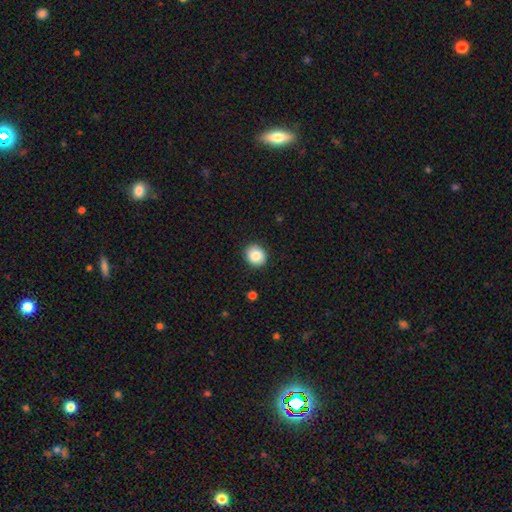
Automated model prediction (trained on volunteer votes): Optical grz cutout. It shows a smooth galaxy with no disk features (86%) that is round (74%). Merging: none (90%).